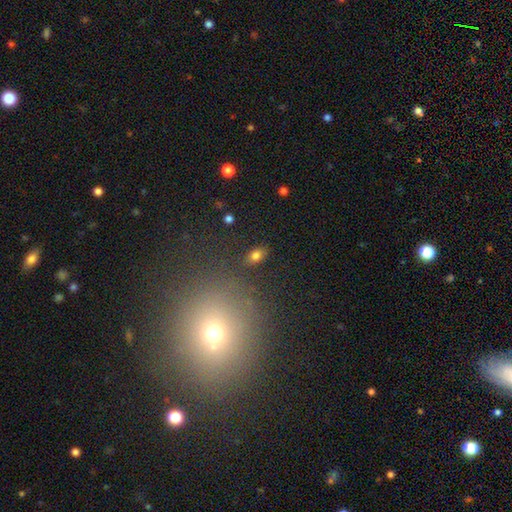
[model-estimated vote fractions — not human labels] smooth_or_featured: smooth (p=0.79) [alt: star or artifact p=0.12]
how_rounded: in between (p=0.87) [alt: round p=0.10]
merging: none (p=0.85) [alt: minor disturbance p=0.10]